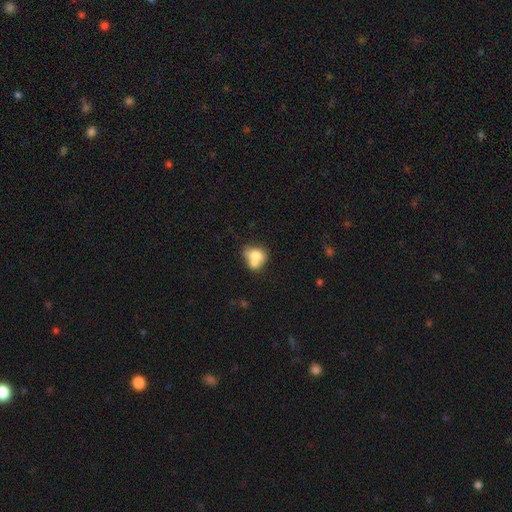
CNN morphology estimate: Smooth or featured: smooth — 69% (featured or disk — 22%)
How rounded: round — 51% (in between — 48%)
Merging: merger — 55% (none — 28%)